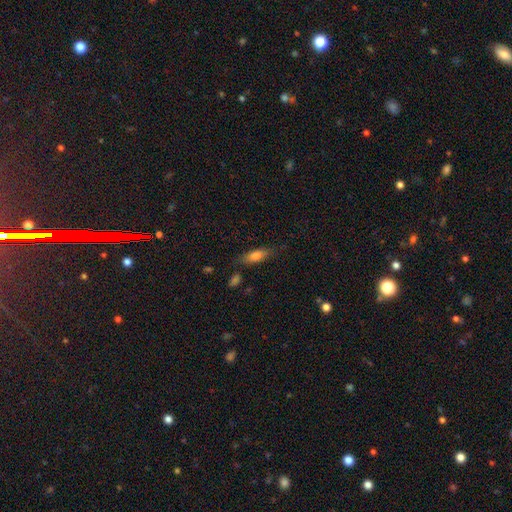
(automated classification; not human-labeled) The model was most divided on "how rounded": in between: 57%, cigar-shaped: 40%, round: 3%. More confident: merging — none (73%); smooth or featured — smooth (73%).